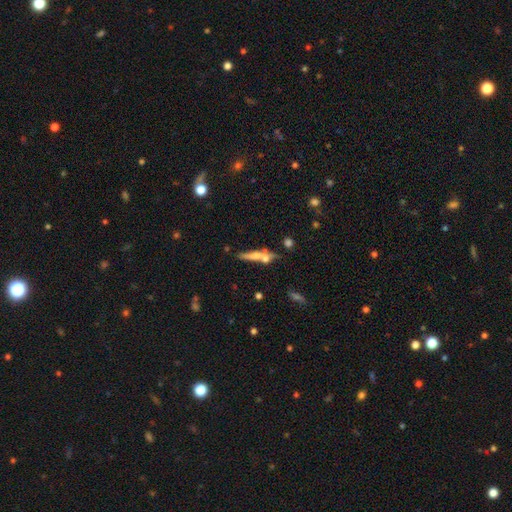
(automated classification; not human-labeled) Overall: smooth (50%; featured or disk 41%). How rounded: cigar-shaped (86%). Merging: none (58%; merger 21%).